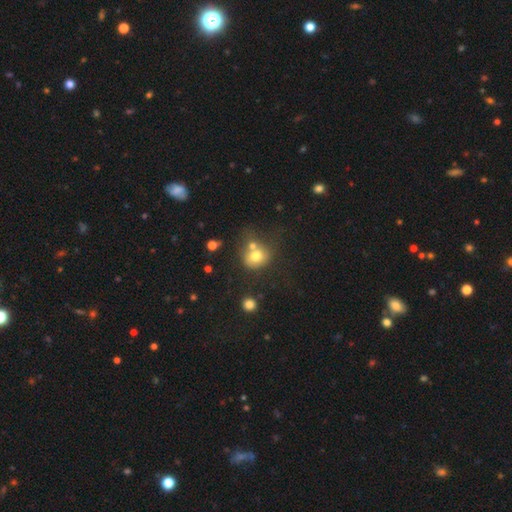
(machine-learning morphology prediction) A smooth galaxy with no disk features (72%) that is round (70%). Merging: merger (40%, tied with none).